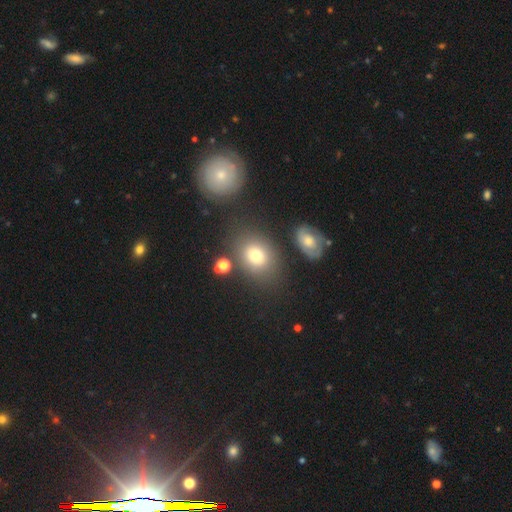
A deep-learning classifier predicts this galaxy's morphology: type=smooth (73%); roundness=in between (53%); merging=none (73%).